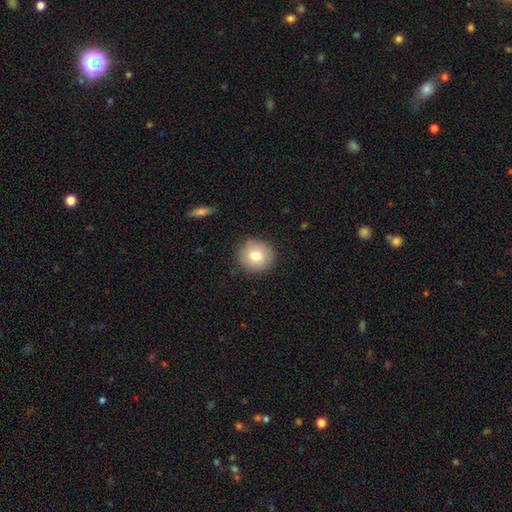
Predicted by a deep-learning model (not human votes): Morphology: type=smooth (78%); roundness=round (91%); merging=none (88%).